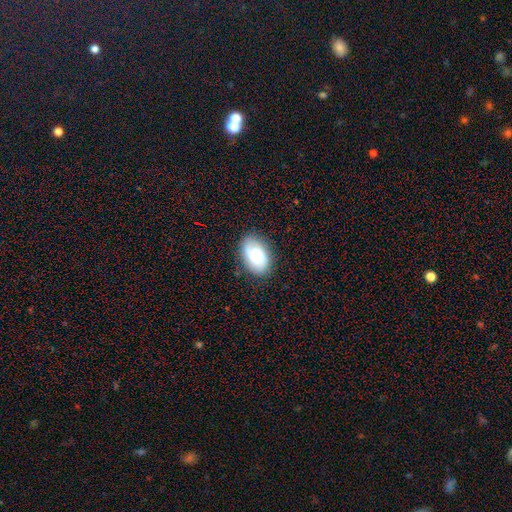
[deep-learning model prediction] The model was most divided on "smooth or featured": smooth: 67%, featured or disk: 25%, star or artifact: 7%. More confident: how rounded — in between (89%); merging — none (82%).